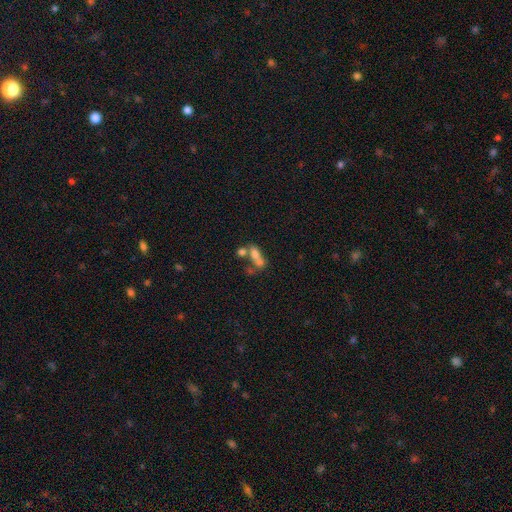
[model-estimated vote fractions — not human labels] Overall: smooth (59%; featured or disk 26%). How rounded: in between (70%). Merging: merger (57%; none 23%).